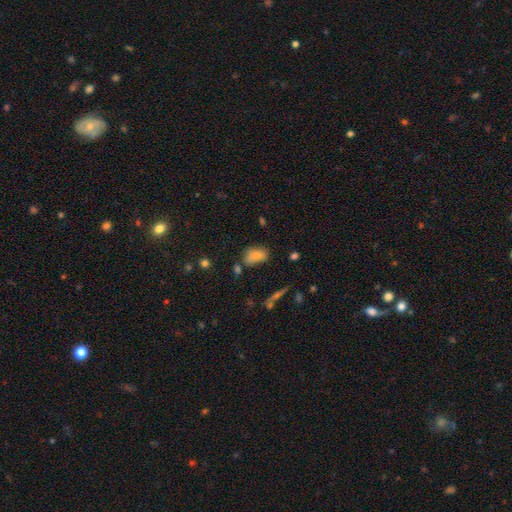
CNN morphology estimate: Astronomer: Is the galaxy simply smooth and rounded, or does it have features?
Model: smooth — 75%.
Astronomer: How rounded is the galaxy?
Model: in between — 86%.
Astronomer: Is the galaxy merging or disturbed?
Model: none — 55%.